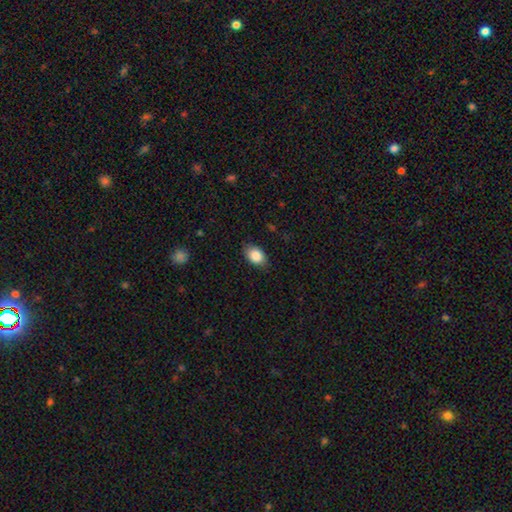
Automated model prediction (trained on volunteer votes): Smooth or featured? smooth (87%)
How rounded? in between (81%)
Merging? none (83%)